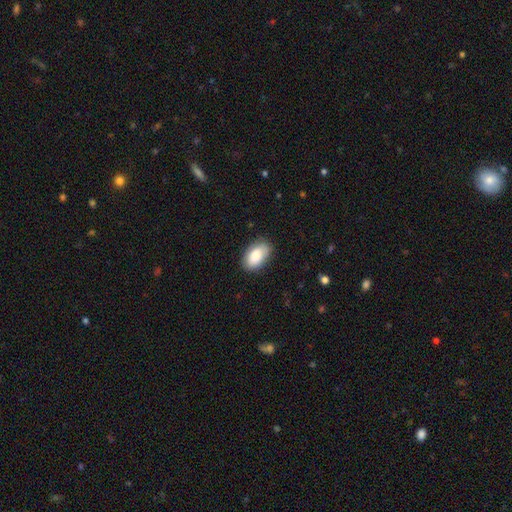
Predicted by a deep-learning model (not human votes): Smooth or featured: smooth — 84% (featured or disk — 10%)
How rounded: in between — 93% (round — 5%)
Merging: none — 82% (minor disturbance — 14%)